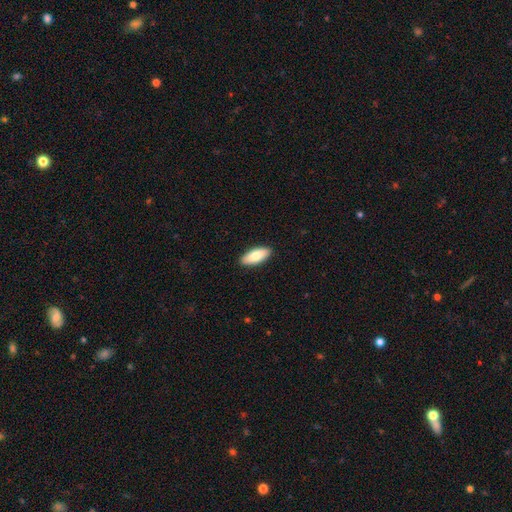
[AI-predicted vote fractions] A smooth galaxy with no disk features (83%) that is in between round and cigar-shaped (80%). Merging: none (90%).